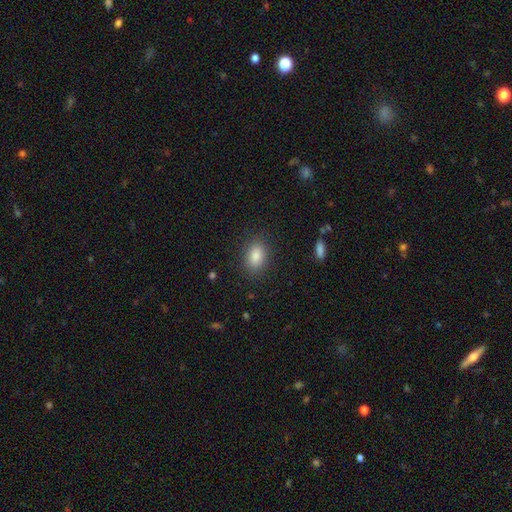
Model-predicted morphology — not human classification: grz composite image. It shows a smooth galaxy with no disk features (86%) that is in between round and cigar-shaped (85%). Merging: none (87%).